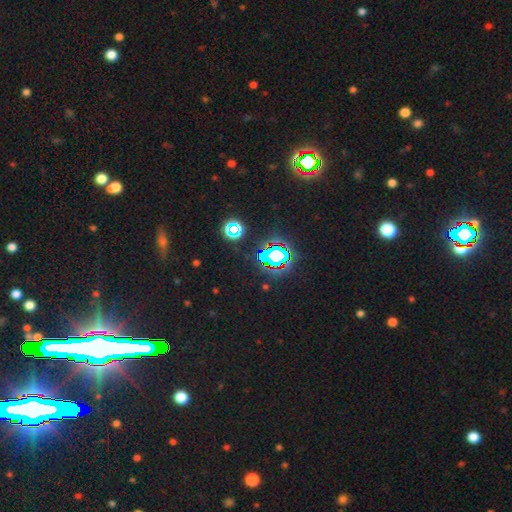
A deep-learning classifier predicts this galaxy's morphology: smooth-or-featured: star or artifact: 80% | smooth: 11% | featured or disk: 9%